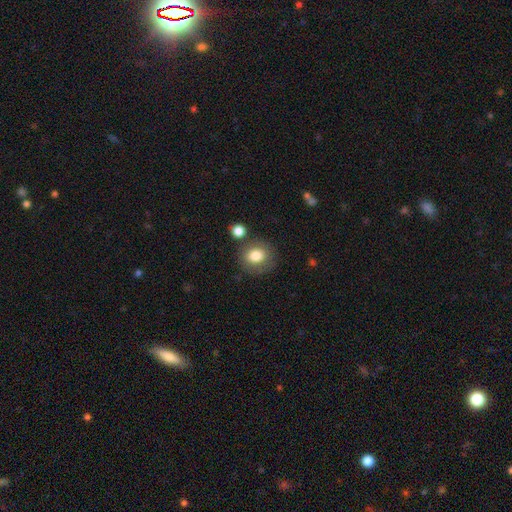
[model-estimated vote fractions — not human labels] Morphology: type=smooth (80%); roundness=round (78%); merging=none (75%).